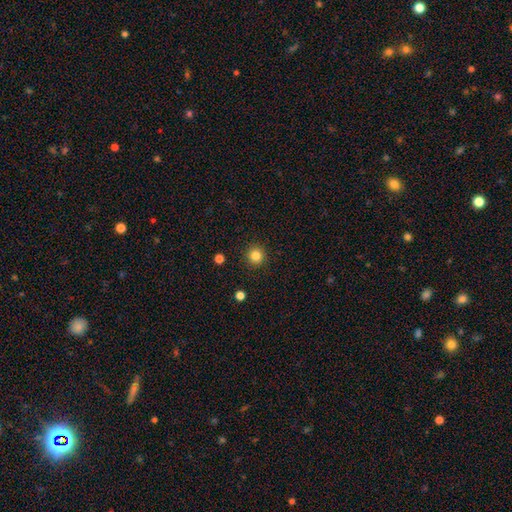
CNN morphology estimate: A smooth galaxy with no disk features (84%) that is round (94%). Merging: none (92%).